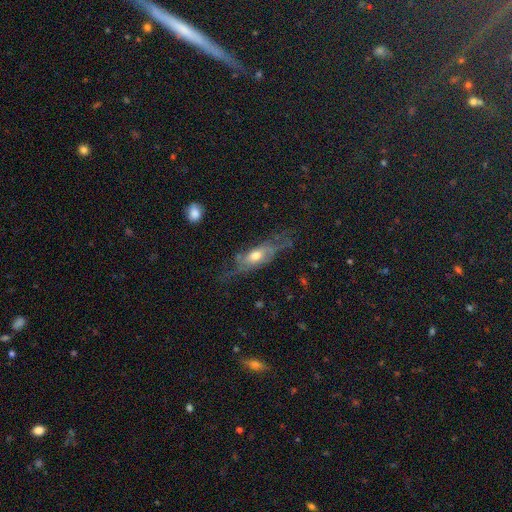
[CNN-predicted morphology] This is possibly a featured or disk galaxy (55%). It is likely not viewed edge-on (67%). Merging: possibly none (47%).